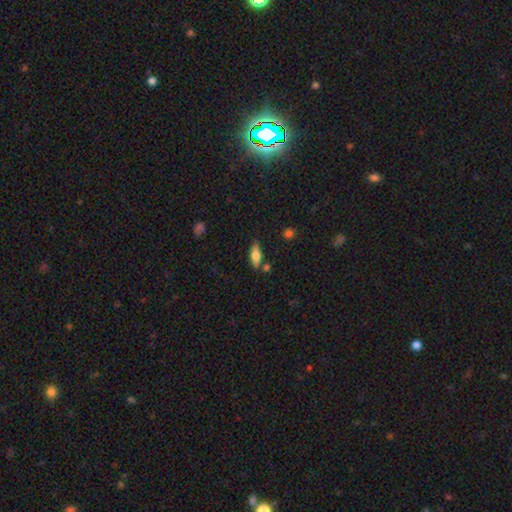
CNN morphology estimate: Overall: smooth (57%; featured or disk 35%). How rounded: in between (58%; cigar-shaped 39%). Merging: none (78%).